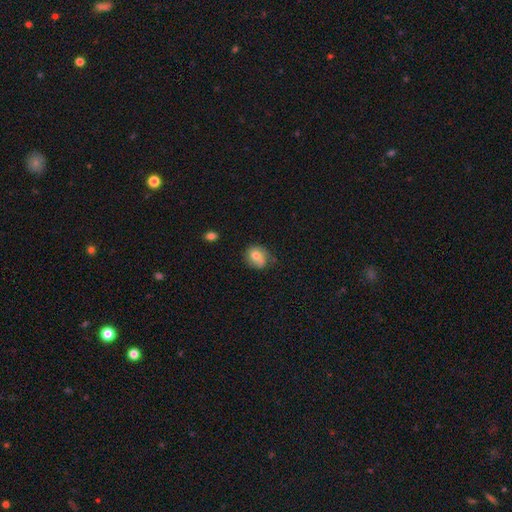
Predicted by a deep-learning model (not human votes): Smooth or featured? Predicted: smooth (p=0.69). How rounded? Predicted: round (p=0.64). Merging? Predicted: none (p=0.60).